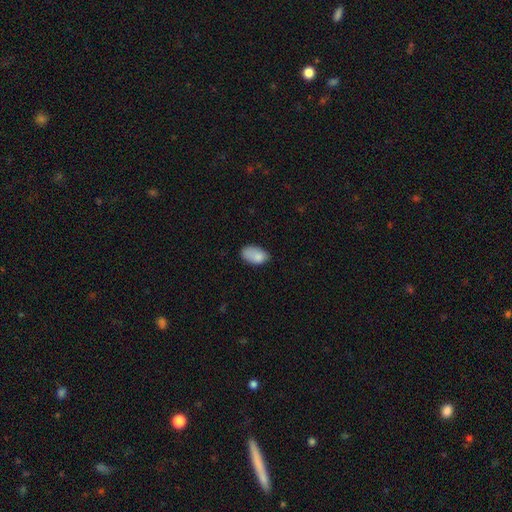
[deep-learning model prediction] Smooth or featured? Predicted: smooth (p=0.84). How rounded? Predicted: in between (p=0.93). Merging? Predicted: none (p=0.56).